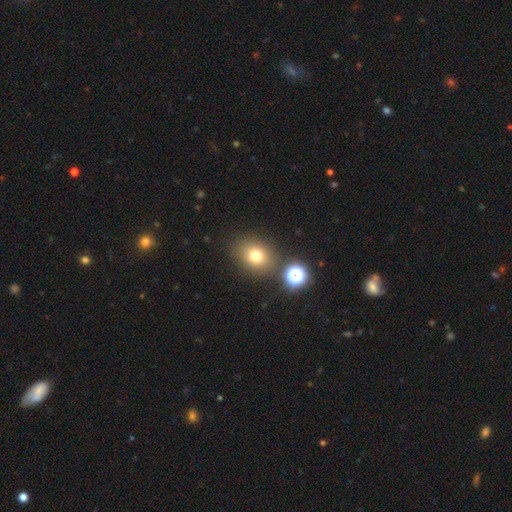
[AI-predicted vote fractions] Morphology: type=smooth (76%); roundness=round (55%); merging=none (78%).